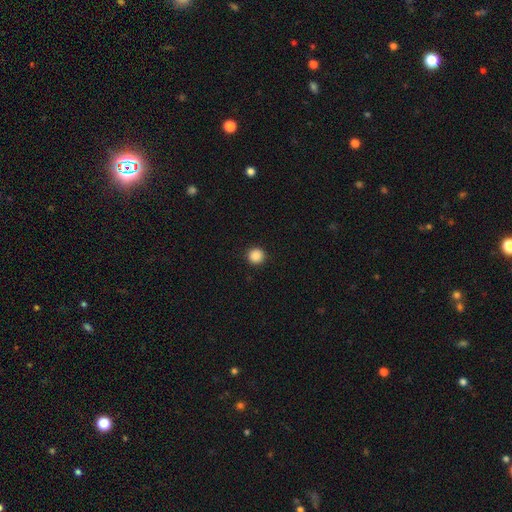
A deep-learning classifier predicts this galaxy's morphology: Smooth or featured: smooth — 88% (star or artifact — 10%)
How rounded: round — 96% (in between — 3%)
Merging: none — 93% (minor disturbance — 4%)